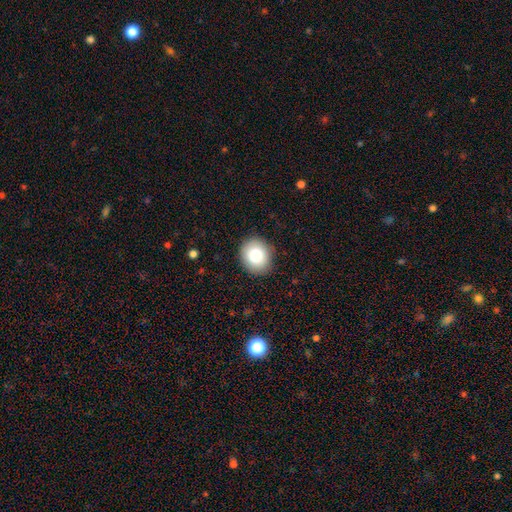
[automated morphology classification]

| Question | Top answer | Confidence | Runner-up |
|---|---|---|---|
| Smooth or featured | smooth | 81% | featured or disk (10%) |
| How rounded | round | 77% | in between (22%) |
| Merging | none | 89% | minor disturbance (8%) |